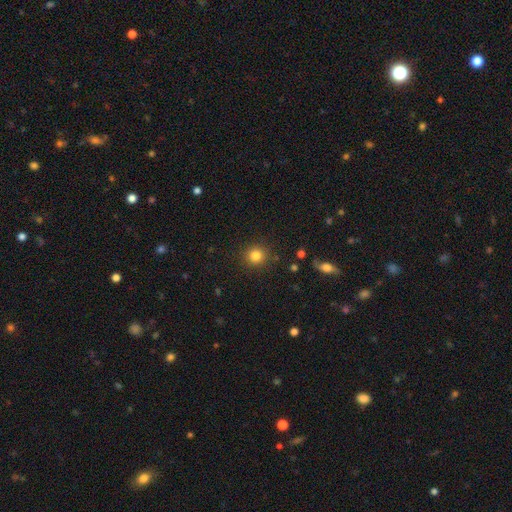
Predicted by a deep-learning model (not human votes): smooth-or-featured: smooth: 83% | star or artifact: 12% | featured or disk: 5%
  how-rounded: round: 90% | in between: 9% | cigar-shaped: 1%
  merging: none: 89% | minor disturbance: 7% | major disturbance: 3% | merger: 2%